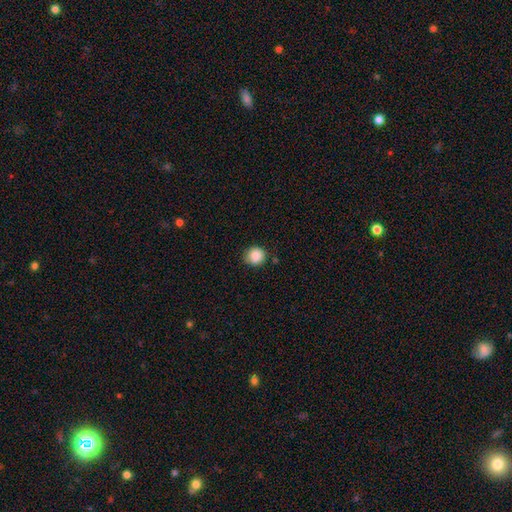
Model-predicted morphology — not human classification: Smooth or featured: smooth — 88% (star or artifact — 9%)
How rounded: round — 88% (in between — 11%)
Merging: none — 78% (minor disturbance — 17%)